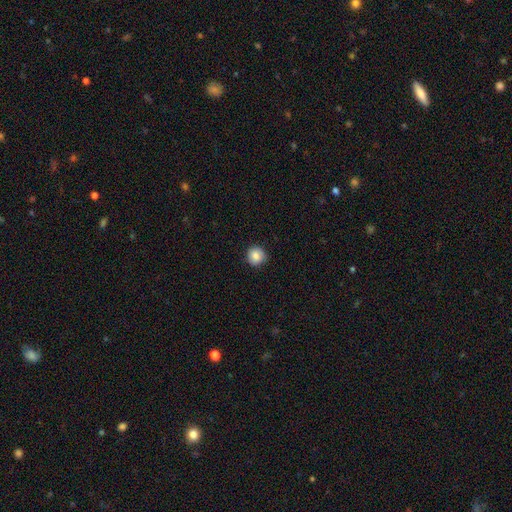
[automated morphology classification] smooth_or_featured: smooth (p=0.84) [alt: star or artifact p=0.09]
how_rounded: round (p=0.92) [alt: in between p=0.07]
merging: none (p=0.87) [alt: minor disturbance p=0.10]